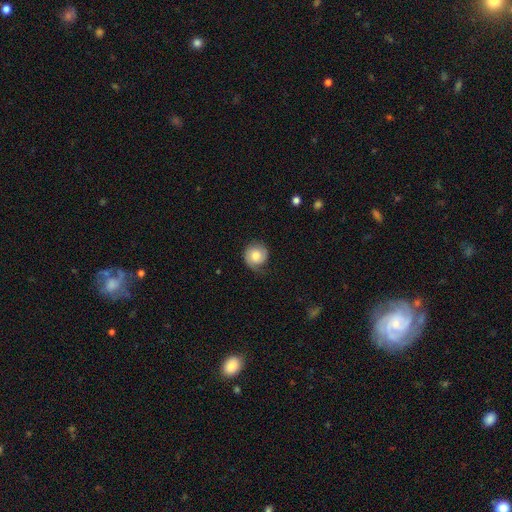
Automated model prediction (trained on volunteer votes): This is possibly a smooth galaxy (59%). How rounded: clearly round (87%). Merging: likely none (62%).